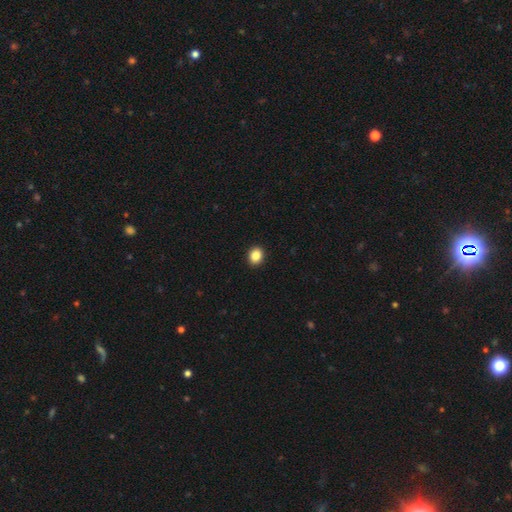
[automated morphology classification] This is clearly a smooth galaxy (87%). How rounded: possibly round (59%). Merging: clearly none (92%).